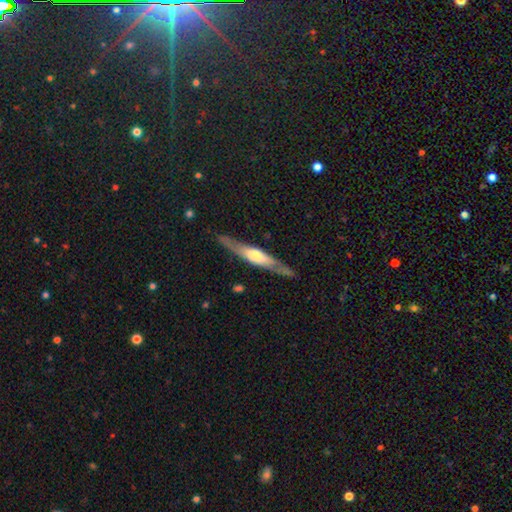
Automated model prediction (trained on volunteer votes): This appears to be a featured or disk galaxy (65%) viewed edge-on (91%) with a rounded central bulge (74%). Merging: none (83%).